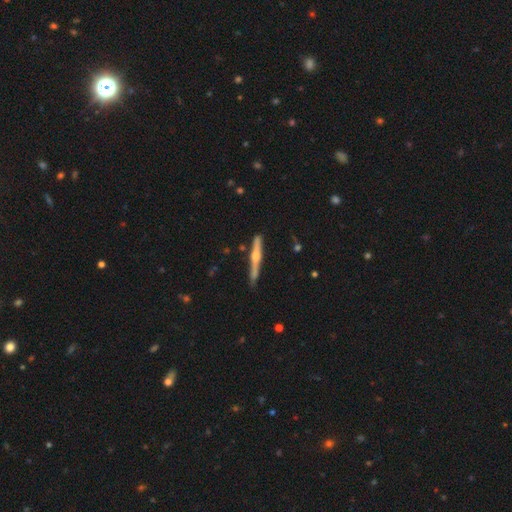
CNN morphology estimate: This appears to be a featured or disk galaxy (73%) viewed edge-on (97%) with a rounded central bulge (87%). Merging: none (87%).